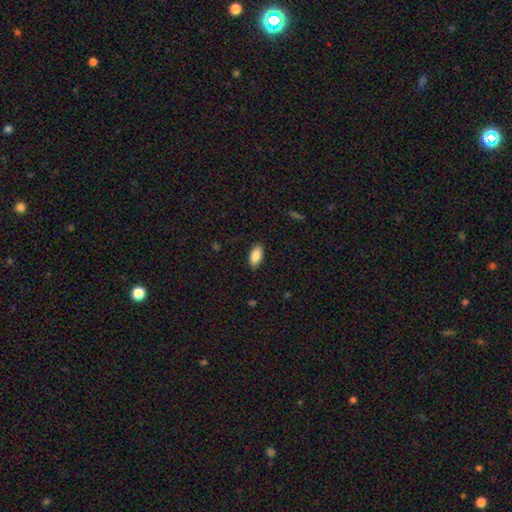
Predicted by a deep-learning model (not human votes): This appears to be a smooth galaxy with no disk features (88%) that is in between round and cigar-shaped (92%). Merging: none (88%).